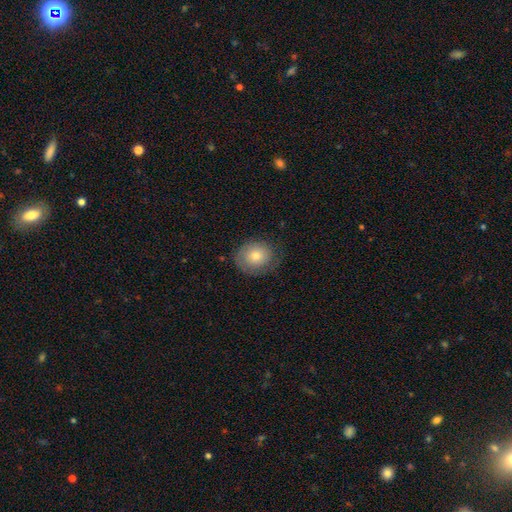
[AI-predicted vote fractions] This is likely a smooth galaxy (63%). How rounded: likely round (66%). Merging: likely none (73%).